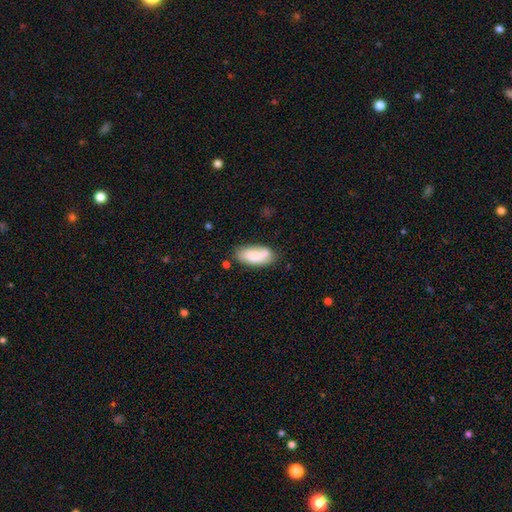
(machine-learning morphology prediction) smooth_or_featured: smooth (p=0.69) [alt: featured or disk p=0.24]
how_rounded: in between (p=0.89) [alt: cigar-shaped p=0.08]
merging: none (p=0.64) [alt: minor disturbance p=0.24]